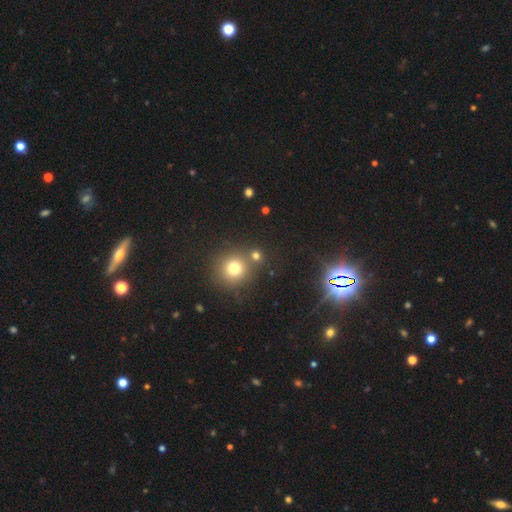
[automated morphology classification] smooth 67%, star or artifact 24%, featured or disk 8%. Down the decision tree: how rounded — round (90%); merging — none (71%).